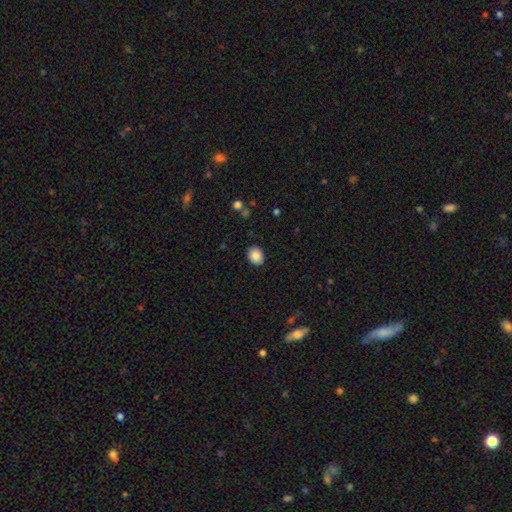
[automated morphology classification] A smooth galaxy with no disk features (87%) that is in between round and cigar-shaped (55%). Merging: none (89%).